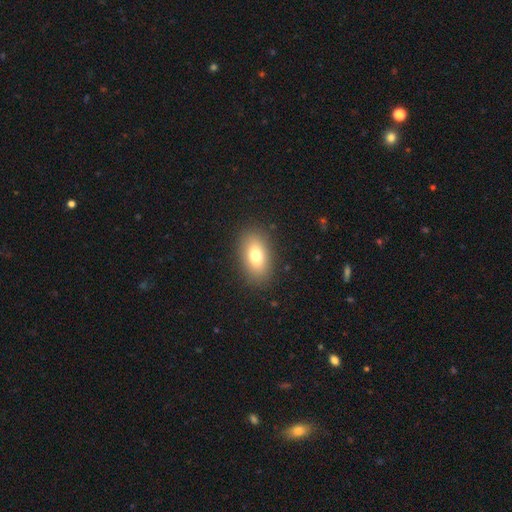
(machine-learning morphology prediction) smooth_or_featured: smooth (p=0.77) [alt: featured or disk p=0.14]
how_rounded: in between (p=0.87) [alt: round p=0.09]
merging: none (p=0.87) [alt: minor disturbance p=0.09]